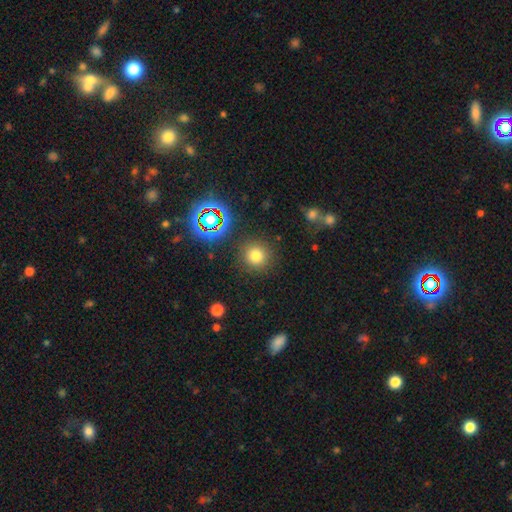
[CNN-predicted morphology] type=smooth (75%); roundness=round (94%); merging=none (89%).